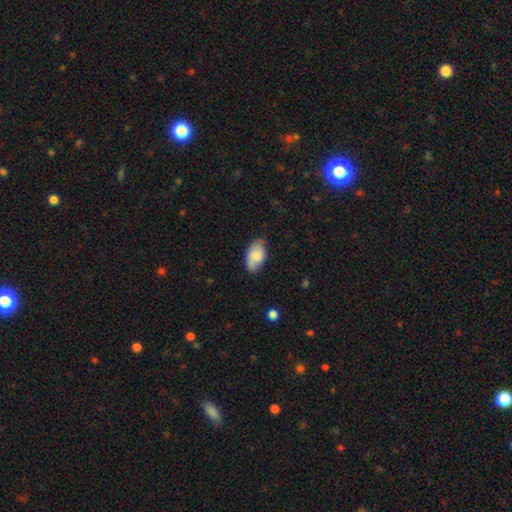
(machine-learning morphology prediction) Smooth or featured? Predicted: smooth (p=0.74). How rounded? Predicted: in between (p=0.94). Merging? Predicted: none (p=0.70).